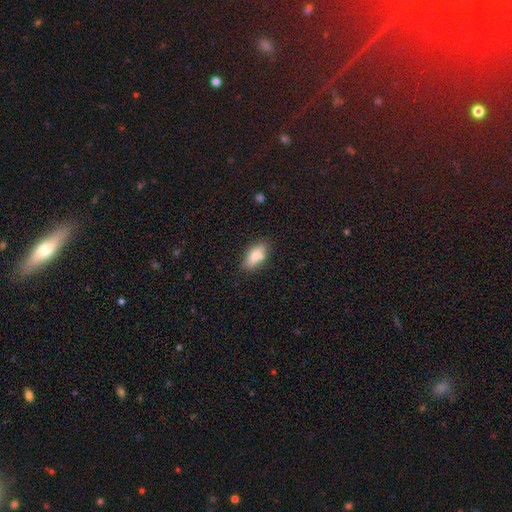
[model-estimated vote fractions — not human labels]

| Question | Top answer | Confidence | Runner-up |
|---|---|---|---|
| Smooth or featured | smooth | 78% | featured or disk (15%) |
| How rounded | in between | 80% | cigar-shaped (17%) |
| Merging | none | 73% | minor disturbance (17%) |